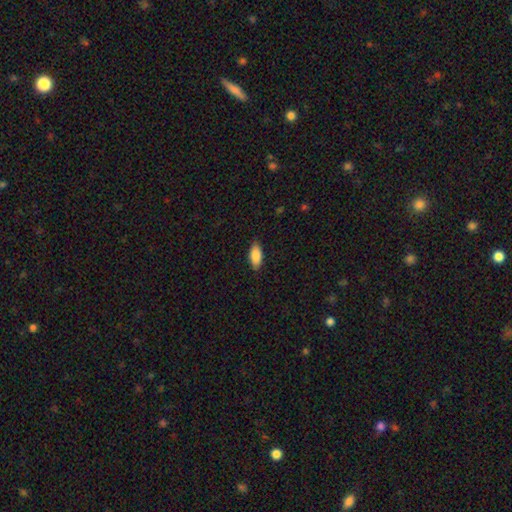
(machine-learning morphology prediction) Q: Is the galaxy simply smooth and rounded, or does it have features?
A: smooth — 87%.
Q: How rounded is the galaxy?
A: in between — 85%.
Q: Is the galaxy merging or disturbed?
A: none — 86%.